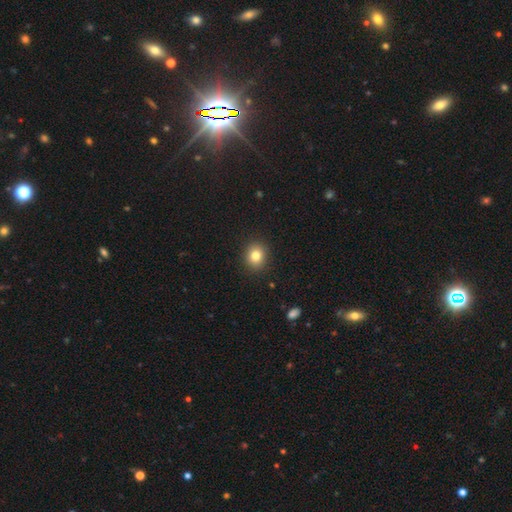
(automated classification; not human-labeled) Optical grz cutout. It shows a smooth galaxy with no disk features (81%) that is round (72%). Merging: none (90%).